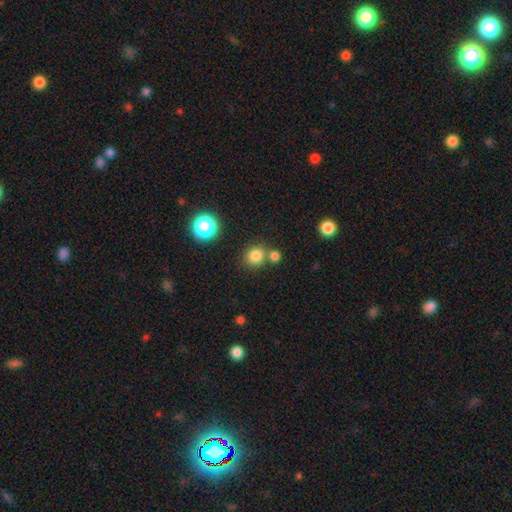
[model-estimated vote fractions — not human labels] Smooth or featured? Predicted: smooth (p=0.81). How rounded? Predicted: round (p=0.84). Merging? Predicted: none (p=0.66).